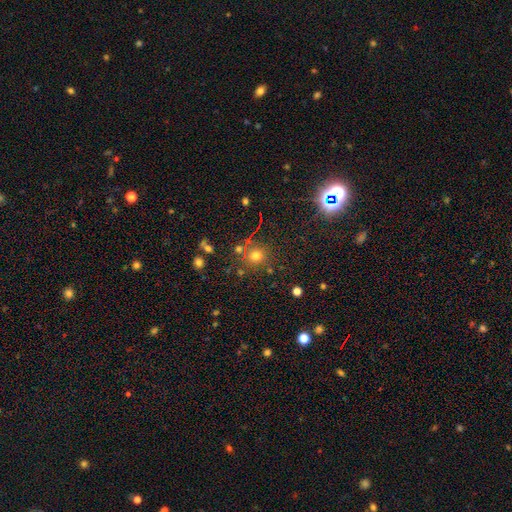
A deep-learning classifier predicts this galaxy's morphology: smooth-or-featured: smooth: 70% | star or artifact: 21% | featured or disk: 9%
  how-rounded: round: 91% | in between: 8% | cigar-shaped: 1%
  merging: none: 77% | minor disturbance: 10% | merger: 9% | major disturbance: 5%